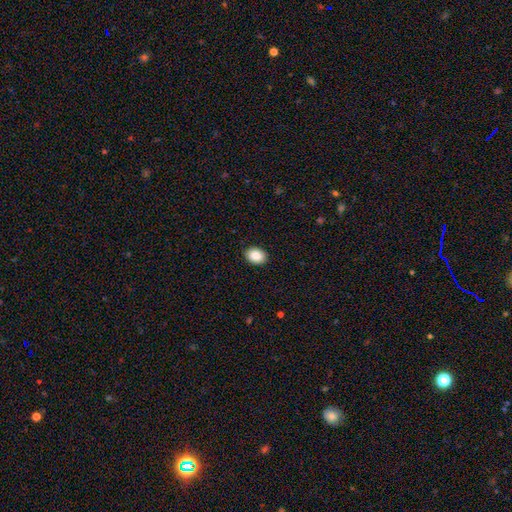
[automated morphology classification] Overall: smooth (88%). How rounded: in between (70%). Merging: none (91%).